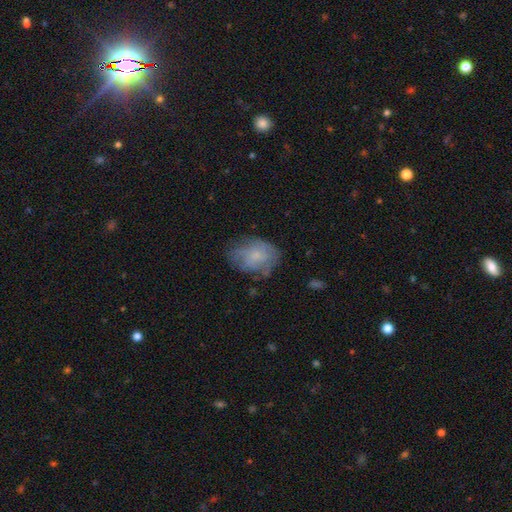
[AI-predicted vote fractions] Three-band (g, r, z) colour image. It shows a smooth galaxy with no disk features (51%) that is in between round and cigar-shaped (73%). Merging: none (57%).